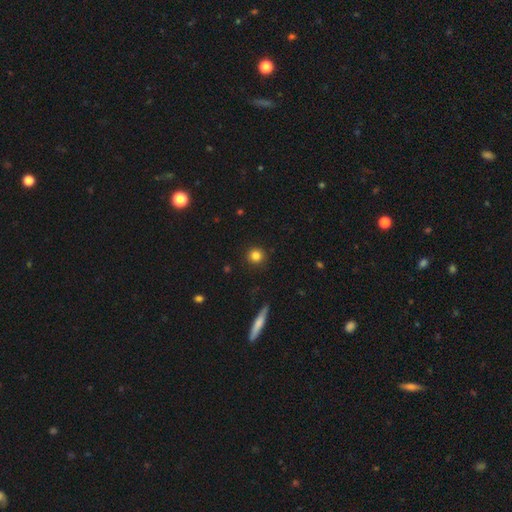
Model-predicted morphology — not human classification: A smooth galaxy with no disk features (83%) that is round (93%). Merging: none (90%).